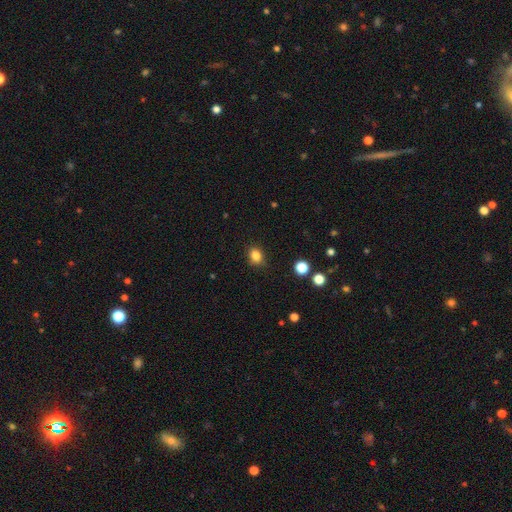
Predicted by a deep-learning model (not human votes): smooth_or_featured: smooth (p=0.84) [alt: star or artifact p=0.12]
how_rounded: round (p=0.50) [alt: in between p=0.49]
merging: none (p=0.85) [alt: minor disturbance p=0.11]